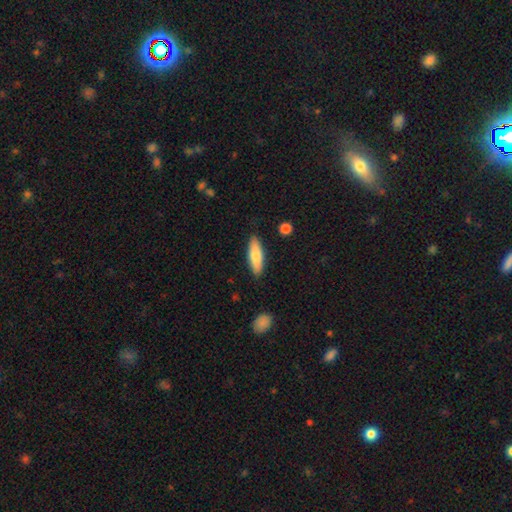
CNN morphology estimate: smooth-or-featured: smooth: 76% | featured or disk: 18% | star or artifact: 6%
  how-rounded: in between: 50% | cigar-shaped: 48% | round: 2%
  merging: none: 88% | minor disturbance: 9% | major disturbance: 2% | merger: 1%